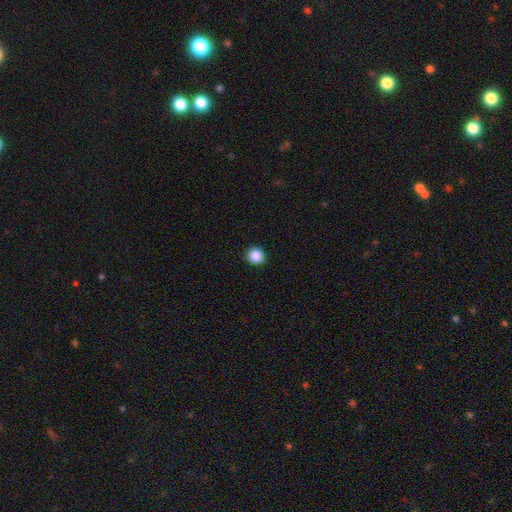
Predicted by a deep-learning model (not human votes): A smooth galaxy with no disk features (88%) that is round (90%).

Vote fractions:
- Smooth or featured? smooth: 88% / star or artifact: 9% / featured or disk: 2%
- How rounded? round: 90% / in between: 9% / cigar-shaped: 1%
- Merging? none: 90% / minor disturbance: 8% / major disturbance: 2% / merger: 1%